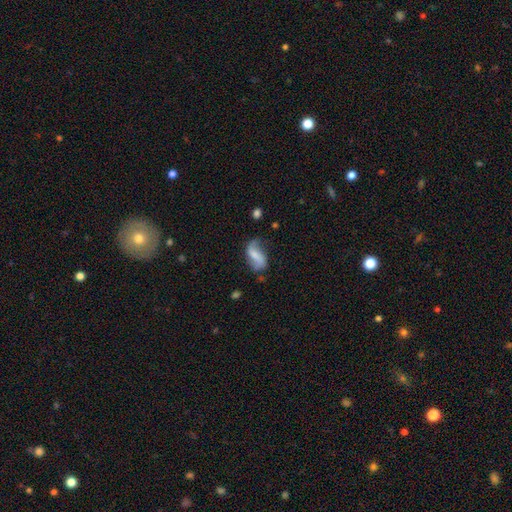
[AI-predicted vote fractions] Morphology: type=featured or disk (55%); edge-on=no (95%); bar=weak (39%); spiral arms=yes (84%); bulge=small (34%); merging=none (53%).